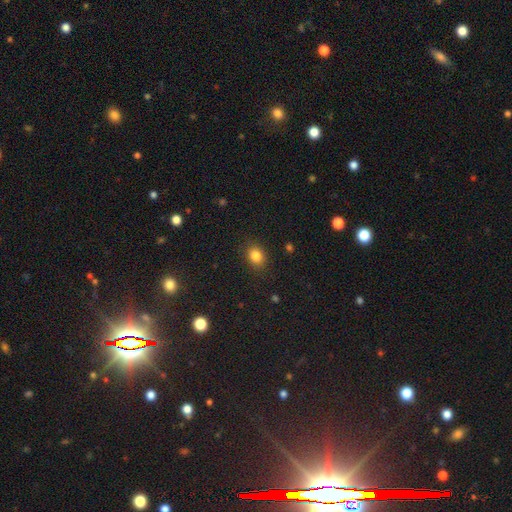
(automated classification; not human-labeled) This appears to be a smooth galaxy with no disk features (84%) that is in between round and cigar-shaped (52%). Merging: none (87%).